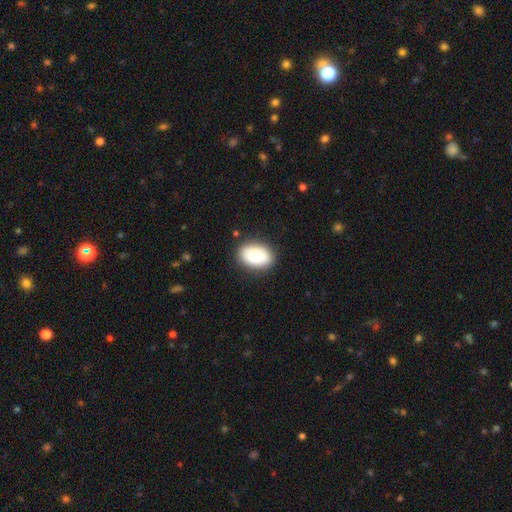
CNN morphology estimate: The model was most divided on "merging": none: 85%, minor disturbance: 11%, major disturbance: 3%, merger: 1%. More confident: how rounded — in between (88%); smooth or featured — smooth (84%).